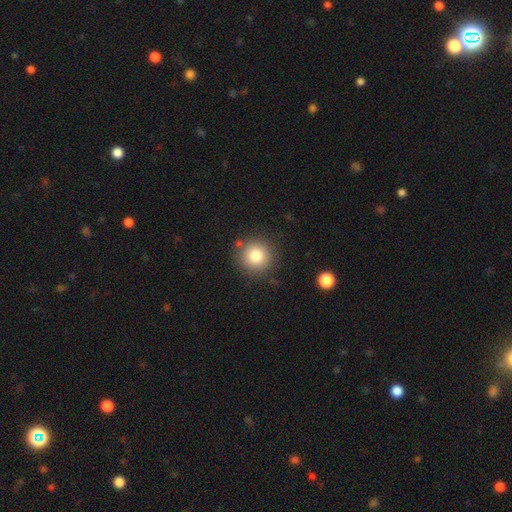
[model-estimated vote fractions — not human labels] Q: Smooth or featured?
A: smooth (80%); runner-up: star or artifact (11%)
Q: How rounded?
A: round (94%); runner-up: in between (5%)
Q: Merging?
A: none (85%); runner-up: minor disturbance (9%)